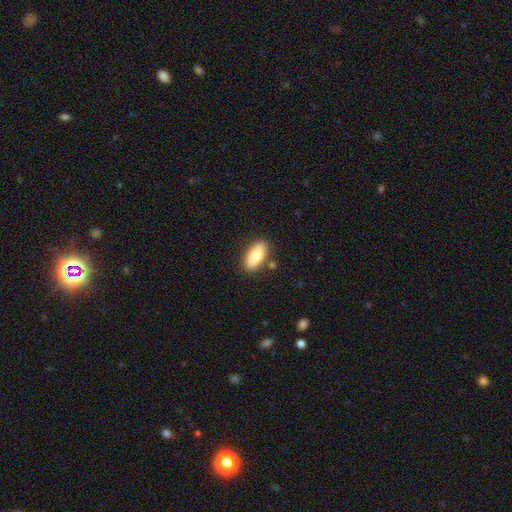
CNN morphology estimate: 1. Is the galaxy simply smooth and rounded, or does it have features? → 80% smooth, 14% featured or disk, 6% star or artifact.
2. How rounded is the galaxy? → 83% in between, 14% cigar-shaped, 3% round.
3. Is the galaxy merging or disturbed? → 83% none, 11% minor disturbance, 4% merger, 2% major disturbance.